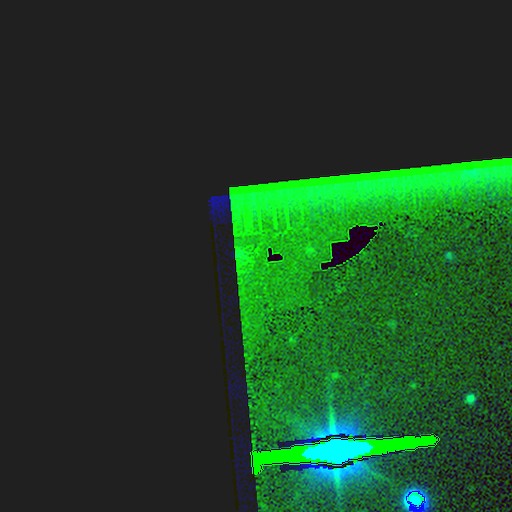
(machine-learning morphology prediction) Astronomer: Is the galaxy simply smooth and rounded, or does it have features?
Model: star or artifact — 89%.